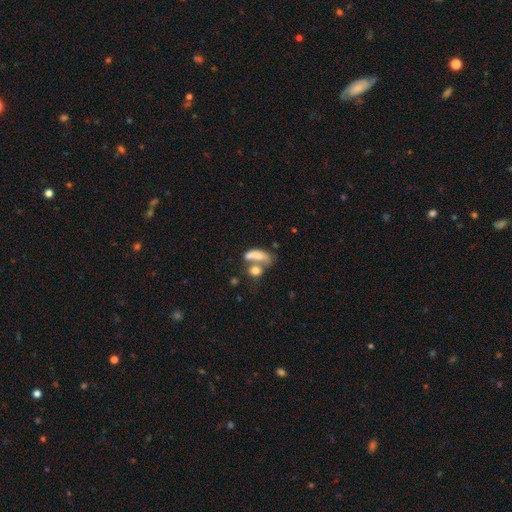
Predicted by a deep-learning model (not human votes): Smooth or featured? smooth (71%)
How rounded? in between (72%)
Merging? merger (49%)